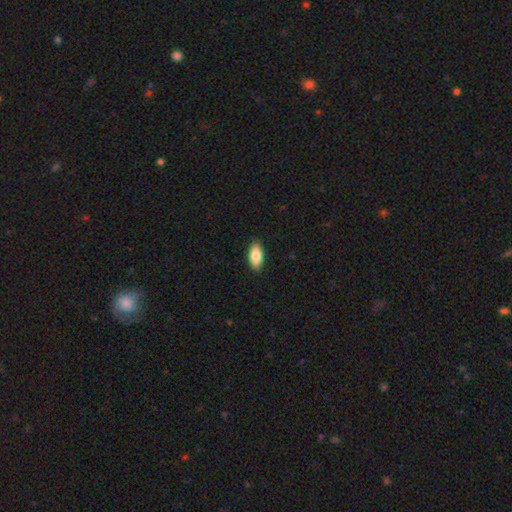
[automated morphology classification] type=smooth (85%); roundness=in between (88%); merging=none (89%).